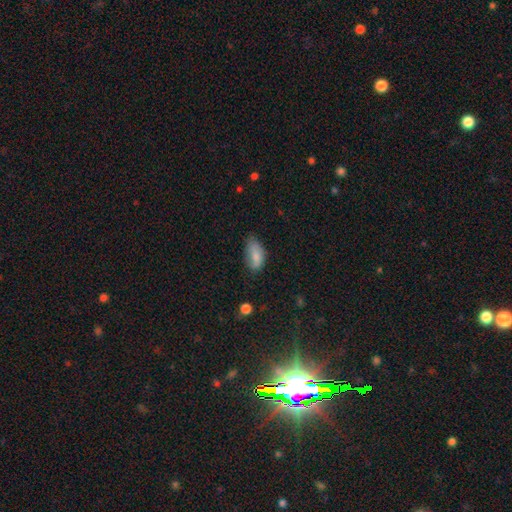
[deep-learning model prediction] Smooth or featured: smooth — 81% (featured or disk — 12%)
How rounded: in between — 92% (cigar-shaped — 4%)
Merging: none — 56% (minor disturbance — 34%)